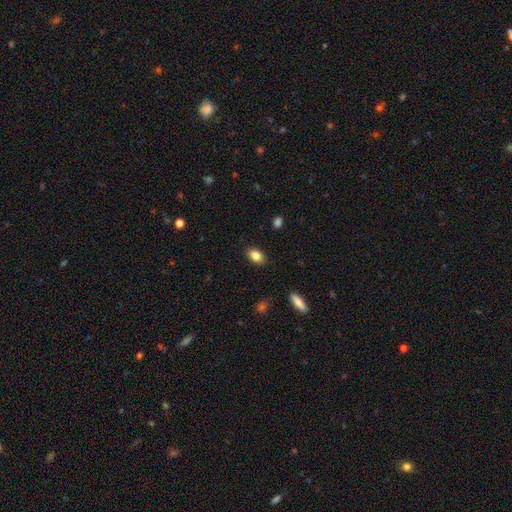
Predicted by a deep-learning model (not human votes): A smooth galaxy with no disk features (85%) that is in between round and cigar-shaped (86%). Merging: none (87%).